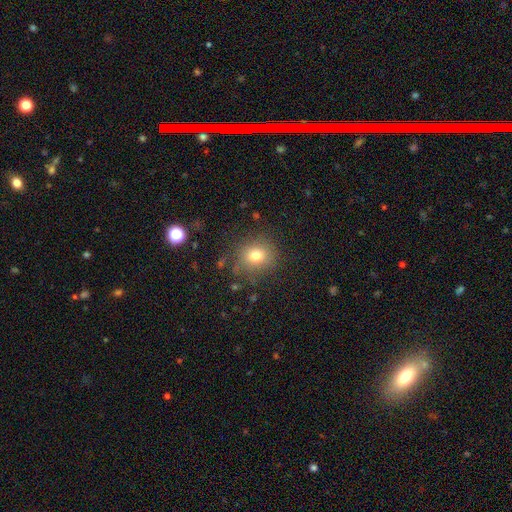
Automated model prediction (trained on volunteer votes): smooth_or_featured: smooth (p=0.75) [alt: star or artifact p=0.14]
how_rounded: round (p=0.81) [alt: in between p=0.19]
merging: none (p=0.81) [alt: minor disturbance p=0.12]